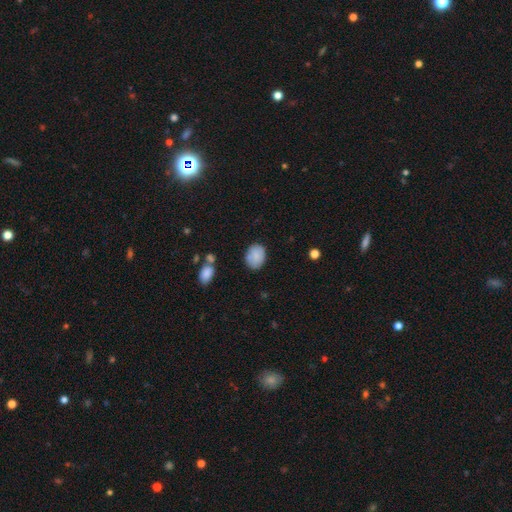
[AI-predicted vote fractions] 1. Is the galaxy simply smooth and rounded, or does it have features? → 81% smooth, 11% featured or disk, 8% star or artifact.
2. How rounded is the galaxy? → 68% in between, 31% round, 1% cigar-shaped.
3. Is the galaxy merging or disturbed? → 70% none, 19% minor disturbance, 6% merger, 5% major disturbance.